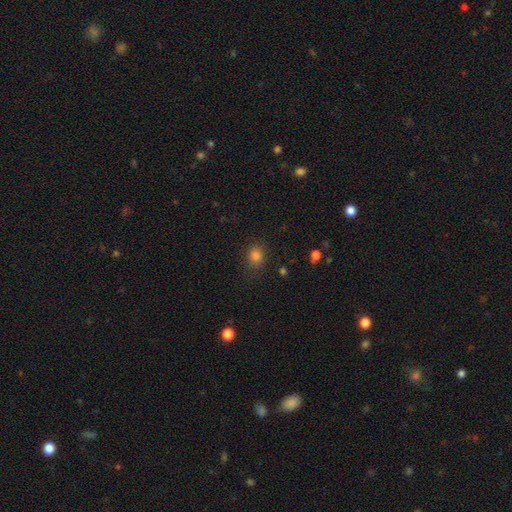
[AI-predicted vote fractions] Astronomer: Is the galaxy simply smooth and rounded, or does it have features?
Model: smooth — 81%.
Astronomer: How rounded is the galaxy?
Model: round — 52% (runner-up: in between, 47%).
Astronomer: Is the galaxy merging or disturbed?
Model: none — 80%.